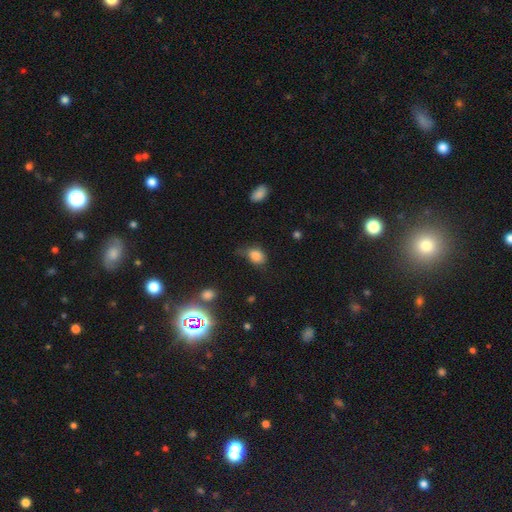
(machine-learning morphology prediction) Q: Smooth or featured?
A: smooth (83%); runner-up: star or artifact (11%)
Q: How rounded?
A: in between (64%); runner-up: round (35%)
Q: Merging?
A: none (45%); runner-up: minor disturbance (36%)